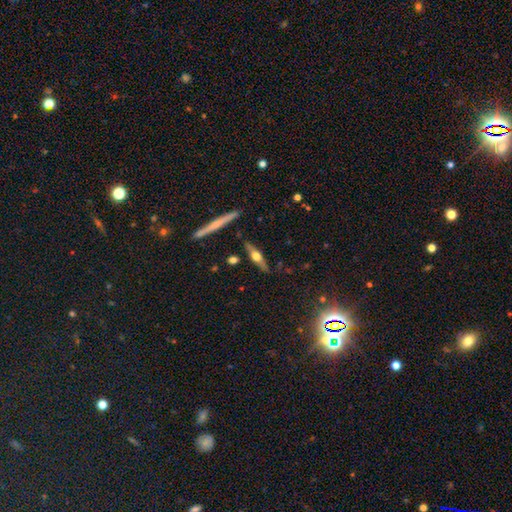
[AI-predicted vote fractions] Morphology: type=featured or disk (65%); edge-on=yes (95%); edge-on bulge=rounded (92%); merging=none (83%).